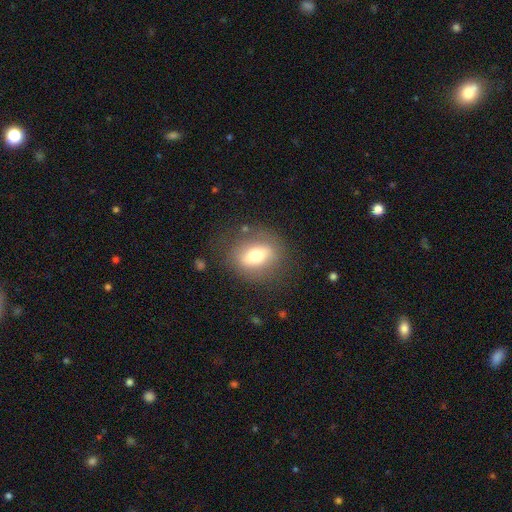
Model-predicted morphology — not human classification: This is possibly a smooth galaxy (59%). How rounded: possibly in between (55%). Merging: likely none (78%).